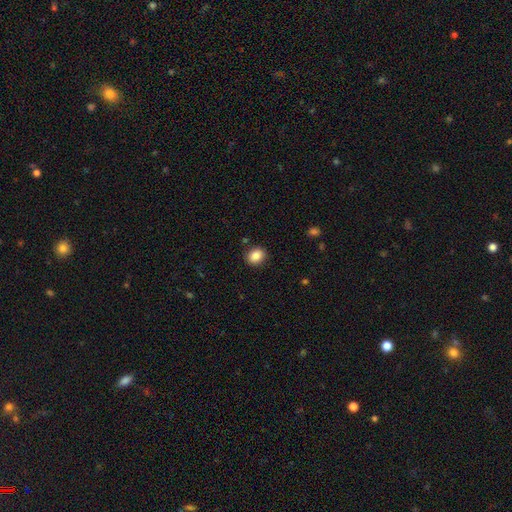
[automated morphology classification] Q: Smooth or featured?
A: smooth (86%); runner-up: star or artifact (9%)
Q: How rounded?
A: round (51%); runner-up: in between (48%)
Q: Merging?
A: none (88%); runner-up: minor disturbance (8%)